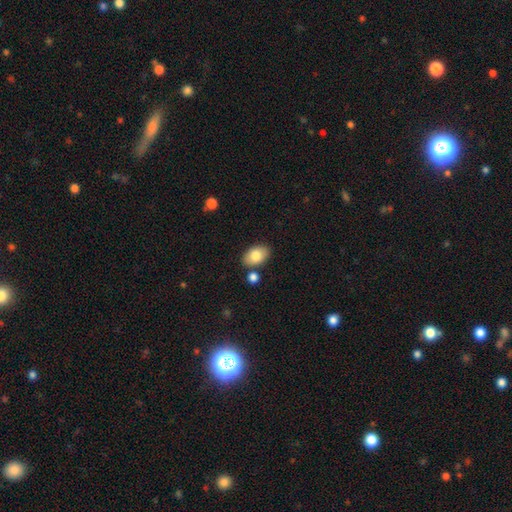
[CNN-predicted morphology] smooth_or_featured: smooth (p=0.81) [alt: featured or disk p=0.12]
how_rounded: in between (p=0.89) [alt: round p=0.10]
merging: none (p=0.80) [alt: minor disturbance p=0.11]